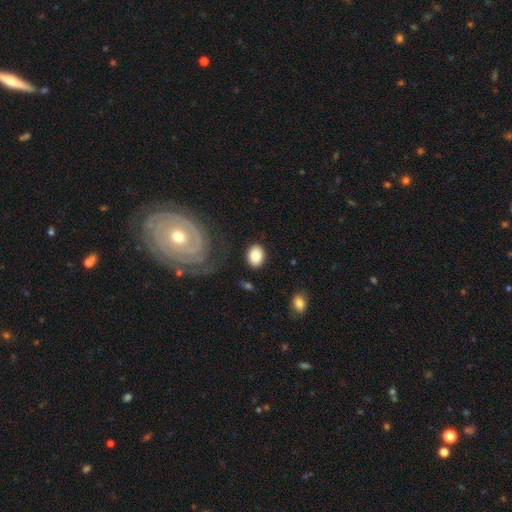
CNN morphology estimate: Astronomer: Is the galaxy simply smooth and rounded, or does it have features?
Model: smooth — 82%.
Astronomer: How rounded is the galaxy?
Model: in between — 65%.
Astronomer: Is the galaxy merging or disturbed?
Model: none — 83%.